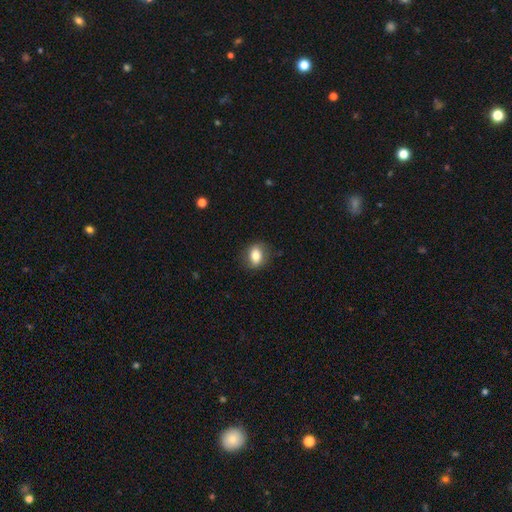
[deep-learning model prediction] Q: Smooth or featured?
A: smooth (80%); runner-up: featured or disk (12%)
Q: How rounded?
A: in between (61%); runner-up: round (38%)
Q: Merging?
A: none (82%); runner-up: minor disturbance (13%)